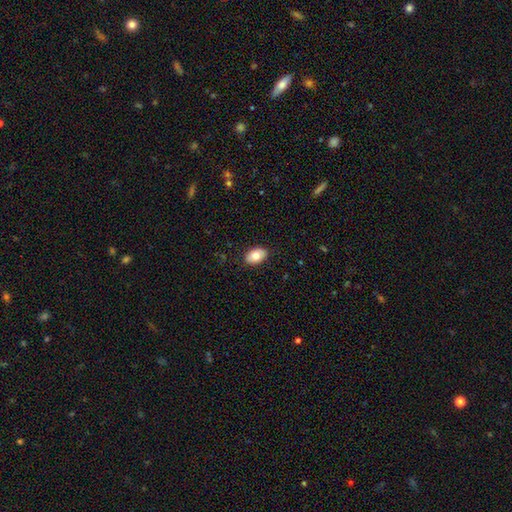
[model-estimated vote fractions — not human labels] Morphology: type=smooth (79%); roundness=in between (89%); merging=none (88%).